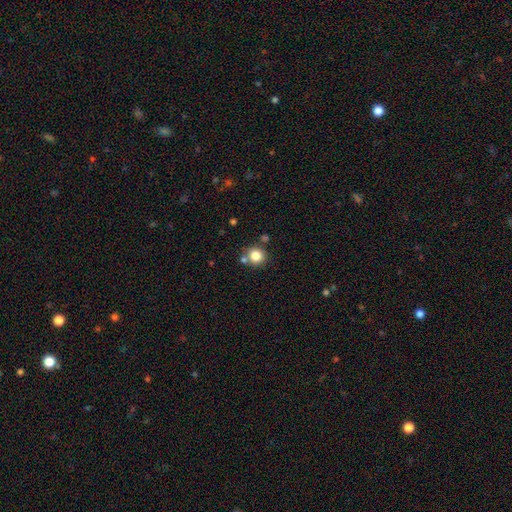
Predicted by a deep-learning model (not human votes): Smooth or featured?
  - smooth: 82% *
  - star or artifact: 11%
  - featured or disk: 7%
How rounded?
  - round: 90% *
  - in between: 9%
  - cigar-shaped: 1%
Merging?
  - none: 71% *
  - merger: 16%
  - minor disturbance: 10%
  - major disturbance: 3%